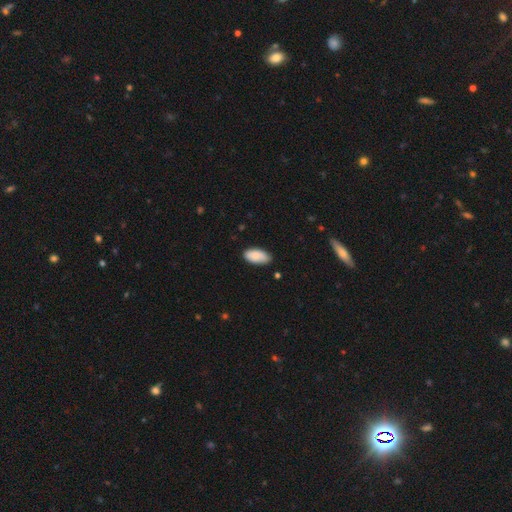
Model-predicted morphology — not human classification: Smooth or featured? smooth (86%)
How rounded? in between (94%)
Merging? none (76%)